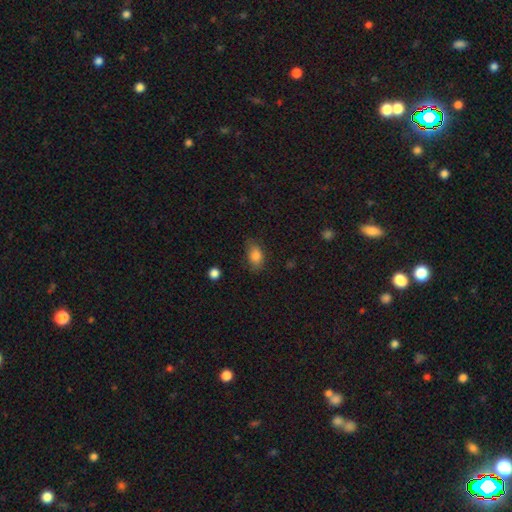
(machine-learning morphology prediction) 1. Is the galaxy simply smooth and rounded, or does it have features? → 84% smooth, 9% star or artifact, 7% featured or disk.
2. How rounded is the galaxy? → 85% in between, 12% round, 3% cigar-shaped.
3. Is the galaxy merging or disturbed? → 72% none, 21% minor disturbance, 5% major disturbance, 2% merger.